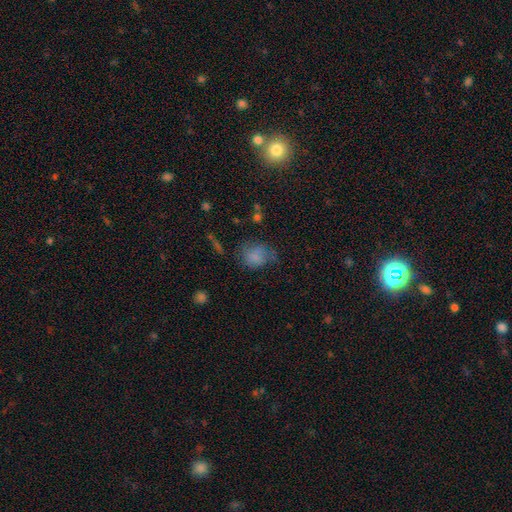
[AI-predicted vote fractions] A smooth galaxy with no disk features (75%) that is round (60%). Merging: none (51%).